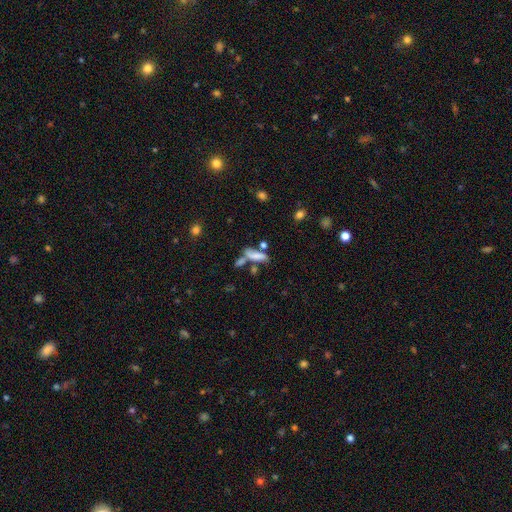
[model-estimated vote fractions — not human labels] Q: Smooth or featured?
A: smooth (67%); runner-up: featured or disk (23%)
Q: How rounded?
A: in between (51%); runner-up: cigar-shaped (46%)
Q: Merging?
A: none (42%); runner-up: merger (33%)